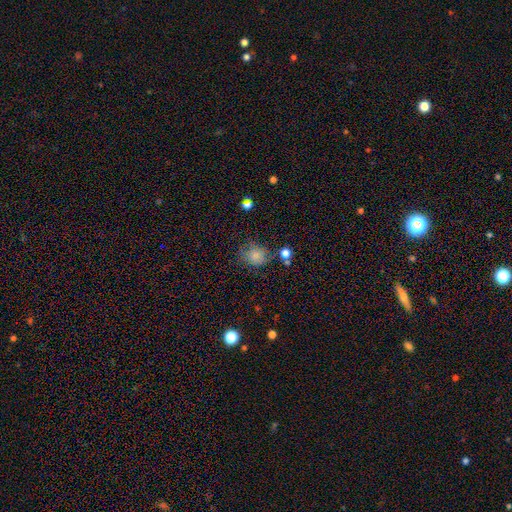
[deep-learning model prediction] smooth-or-featured: smooth: 78% | star or artifact: 13% | featured or disk: 9%
  how-rounded: round: 72% | in between: 27% | cigar-shaped: 1%
  merging: none: 65% | minor disturbance: 21% | major disturbance: 8% | merger: 5%